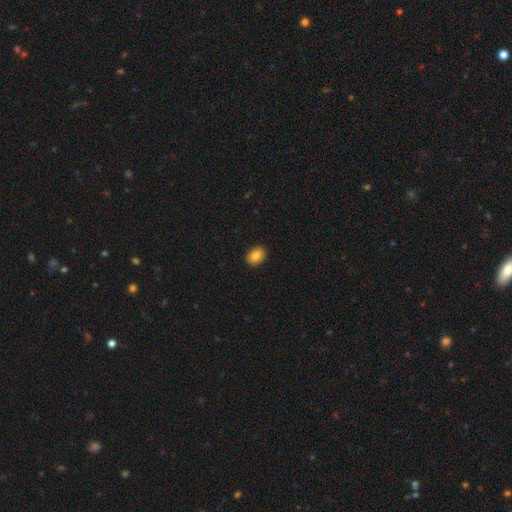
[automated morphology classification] Overall: smooth (85%). How rounded: in between (67%; round 32%). Merging: none (91%).